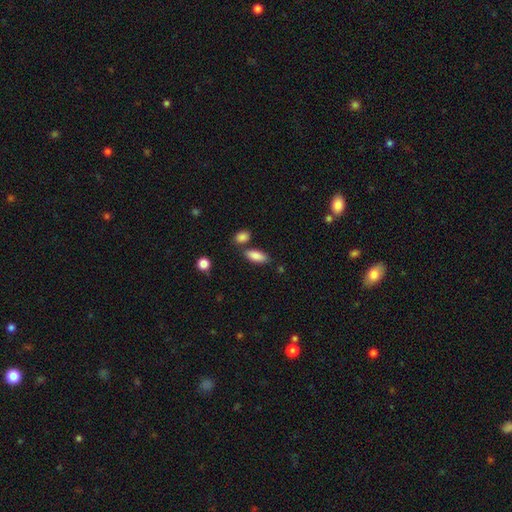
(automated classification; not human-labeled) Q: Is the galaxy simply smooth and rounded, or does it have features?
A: smooth — 87%.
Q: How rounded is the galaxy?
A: in between — 82%.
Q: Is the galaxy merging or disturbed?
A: none — 73%.